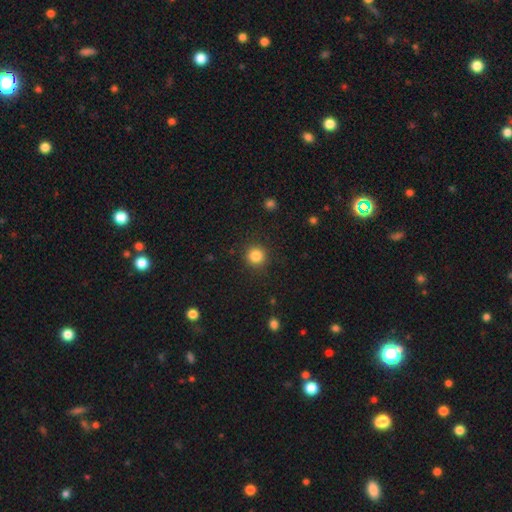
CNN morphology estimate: smooth 84%, star or artifact 11%, featured or disk 4%. Down the decision tree: how rounded — round (94%); merging — none (91%).